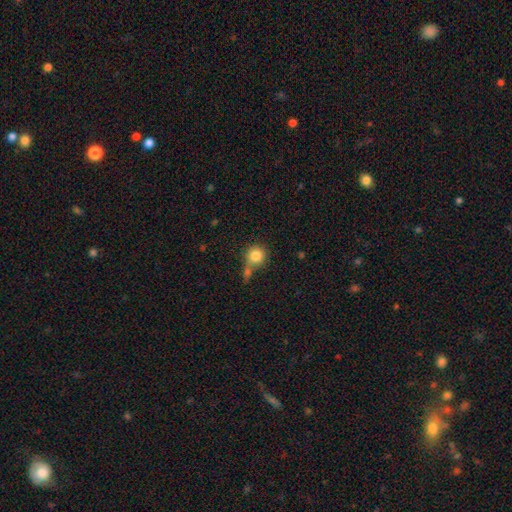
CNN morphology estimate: A smooth galaxy with no disk features (82%) that is round (91%).

Vote fractions:
- Smooth or featured? smooth: 82% / star or artifact: 9% / featured or disk: 8%
- How rounded? round: 91% / in between: 8% / cigar-shaped: 1%
- Merging? none: 52% / merger: 28% / minor disturbance: 13% / major disturbance: 7%